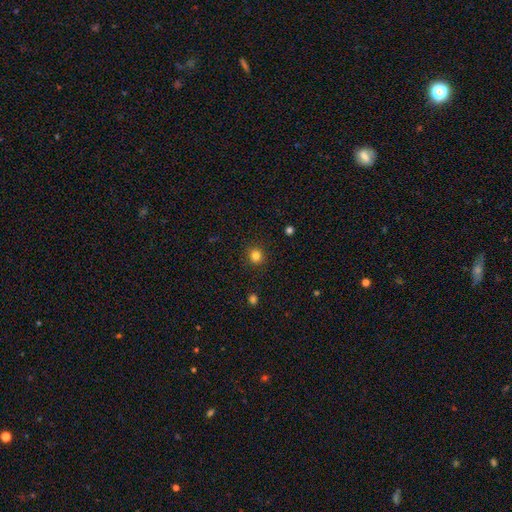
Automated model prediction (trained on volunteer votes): smooth_or_featured: smooth (p=0.83) [alt: star or artifact p=0.13]
how_rounded: round (p=0.92) [alt: in between p=0.07]
merging: none (p=0.90) [alt: minor disturbance p=0.06]